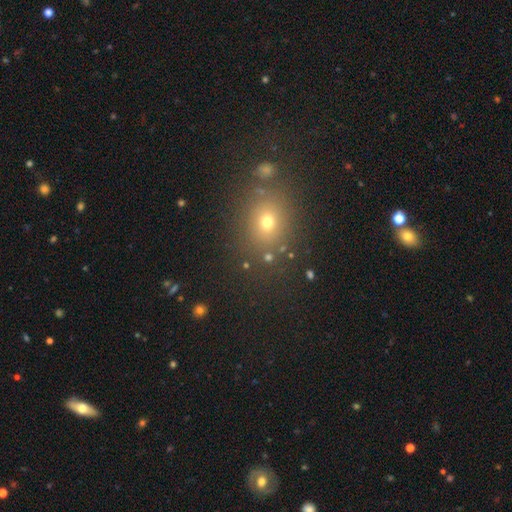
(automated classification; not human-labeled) smooth_or_featured: smooth (p=0.53) [alt: star or artifact p=0.37]
how_rounded: round (p=0.59) [alt: in between p=0.39]
merging: none (p=0.81) [alt: minor disturbance p=0.10]